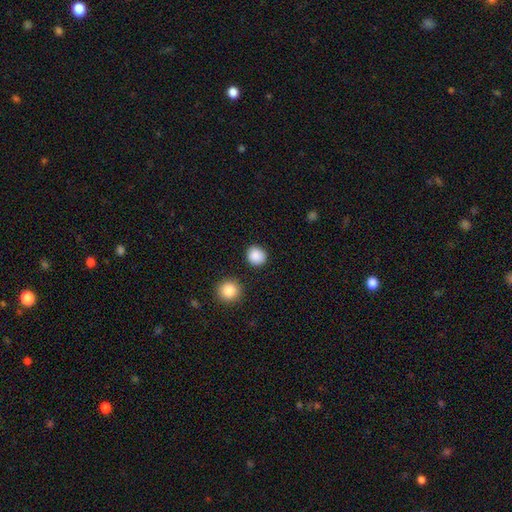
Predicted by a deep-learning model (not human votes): smooth 88%, star or artifact 9%, featured or disk 3%. Down the decision tree: how rounded — round (89%); merging — none (88%).